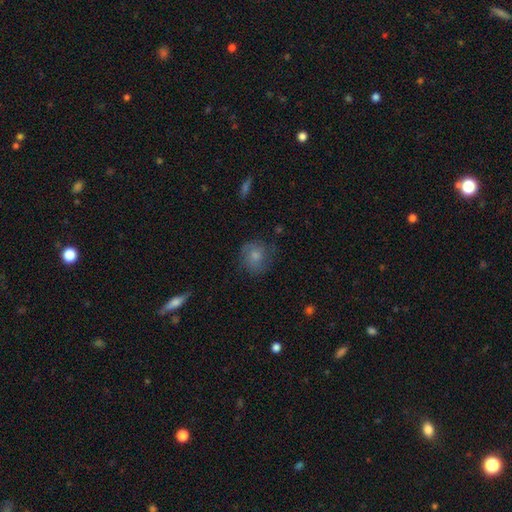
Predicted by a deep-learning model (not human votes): Overall: smooth (61%; featured or disk 29%). How rounded: round (82%). Merging: none (68%).